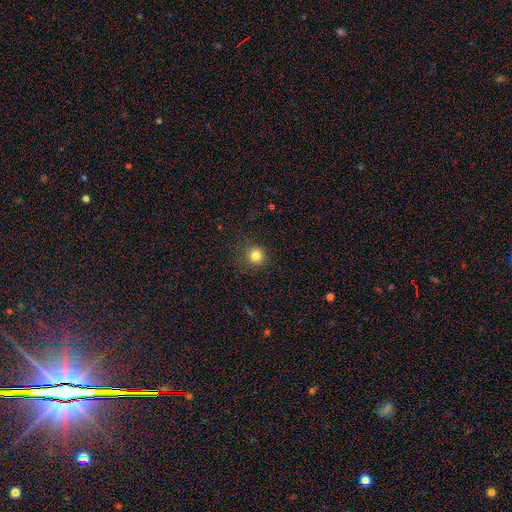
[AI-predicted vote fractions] Overall: smooth (81%). How rounded: round (92%). Merging: none (88%).